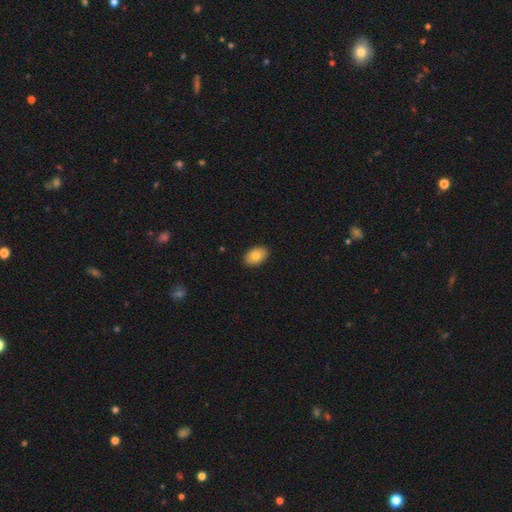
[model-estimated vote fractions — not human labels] A smooth galaxy with no disk features (80%) that is in between round and cigar-shaped (86%). Merging: none (90%).